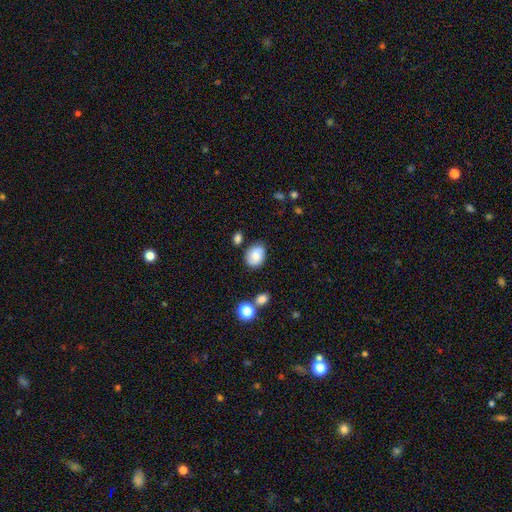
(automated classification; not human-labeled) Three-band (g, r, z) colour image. It shows a smooth galaxy with no disk features (74%) that is in between round and cigar-shaped (61%). Merging: none (73%).